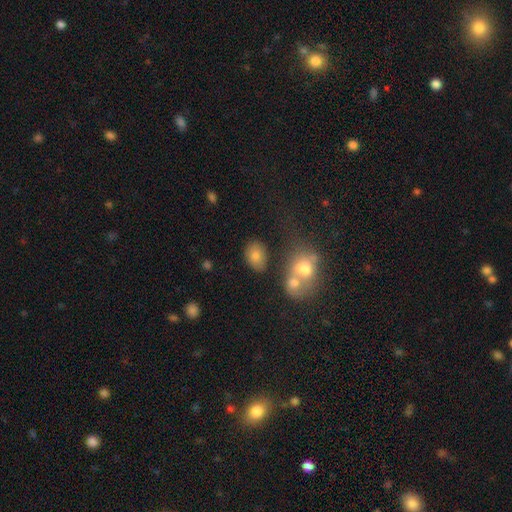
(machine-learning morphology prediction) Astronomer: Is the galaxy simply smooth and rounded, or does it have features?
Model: smooth — 78%.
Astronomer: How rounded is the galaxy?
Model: in between — 71%.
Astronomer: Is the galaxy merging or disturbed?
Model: none — 68%.